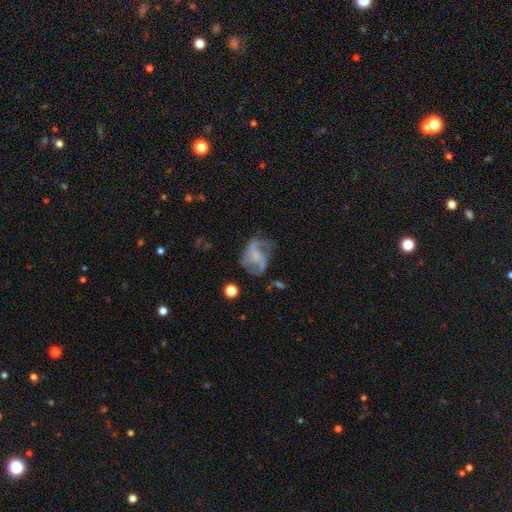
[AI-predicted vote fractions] Smooth or featured?
  - featured or disk: 64% *
  - smooth: 25%
  - star or artifact: 11%
Edge-on disk?
  - no: 98% *
  - yes: 2%
Bar?
  - no: 63% *
  - weak: 29%
  - strong: 8%
Spiral arms?
  - yes: 75% *
  - no: 25%
Bulge size?
  - none: 56% *
  - small: 29%
  - moderate: 10%
  - large: 3%
  - dominant: 1%
Merging?
  - none: 45% *
  - major disturbance: 29%
  - minor disturbance: 22%
  - merger: 4%